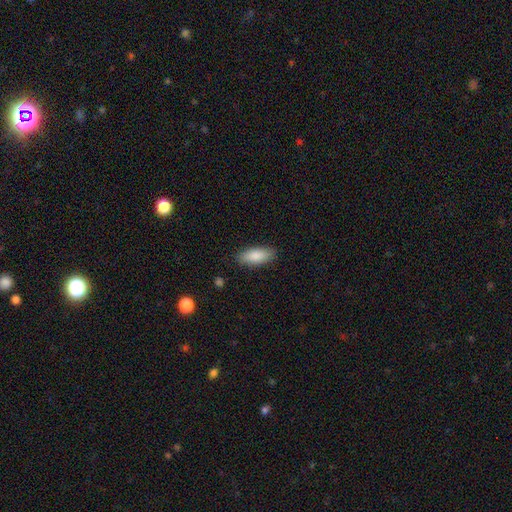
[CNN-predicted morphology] smooth-or-featured: smooth: 86% | featured or disk: 8% | star or artifact: 6%
  how-rounded: in between: 79% | cigar-shaped: 19% | round: 2%
  merging: none: 86% | minor disturbance: 11% | major disturbance: 2% | merger: 1%